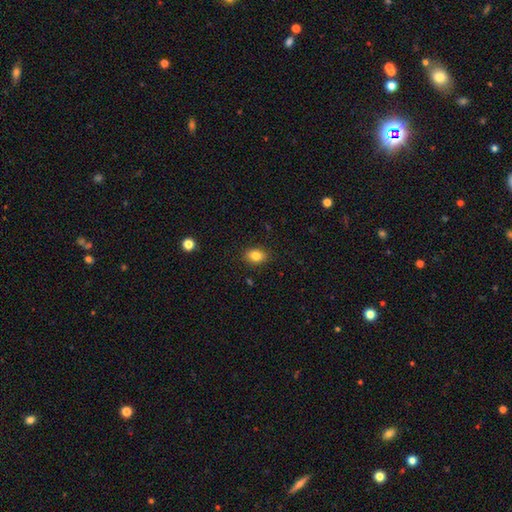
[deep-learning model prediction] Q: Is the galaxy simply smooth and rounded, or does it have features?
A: smooth — 84%.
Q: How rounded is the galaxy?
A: in between — 72%.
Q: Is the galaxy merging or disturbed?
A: none — 88%.